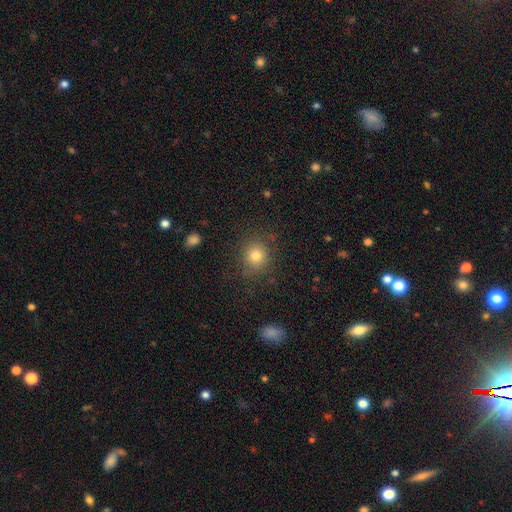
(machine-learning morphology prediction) This is likely a smooth galaxy (79%). How rounded: likely round (80%). Merging: clearly none (82%).